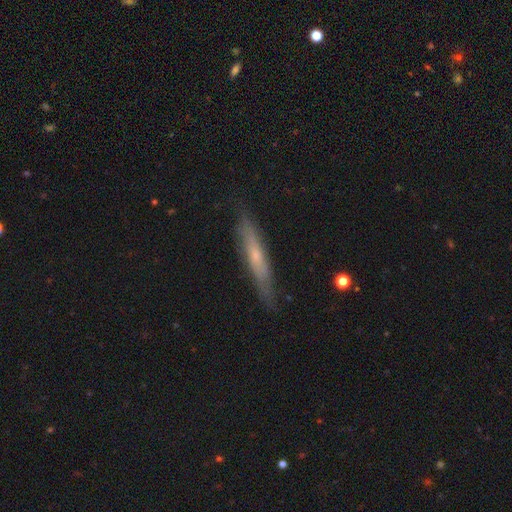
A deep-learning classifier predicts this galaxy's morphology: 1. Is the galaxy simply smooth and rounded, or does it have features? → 49% featured or disk, 45% smooth, 7% star or artifact.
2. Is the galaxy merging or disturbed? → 82% none, 14% minor disturbance, 3% major disturbance, 1% merger.